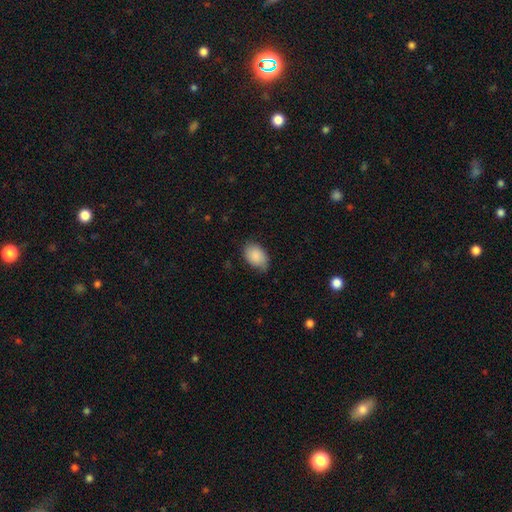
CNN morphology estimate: smooth_or_featured: smooth (p=0.87) [alt: star or artifact p=0.06]
how_rounded: in between (p=0.87) [alt: round p=0.12]
merging: none (p=0.71) [alt: minor disturbance p=0.24]